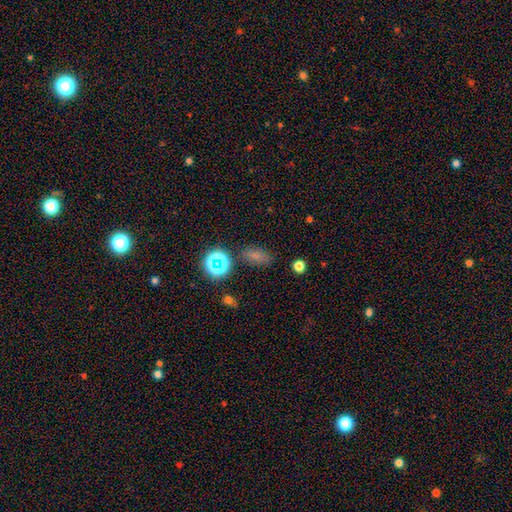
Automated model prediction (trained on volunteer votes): Smooth or featured: smooth — 68% (star or artifact — 25%)
How rounded: in between — 81% (round — 12%)
Merging: none — 78% (minor disturbance — 14%)